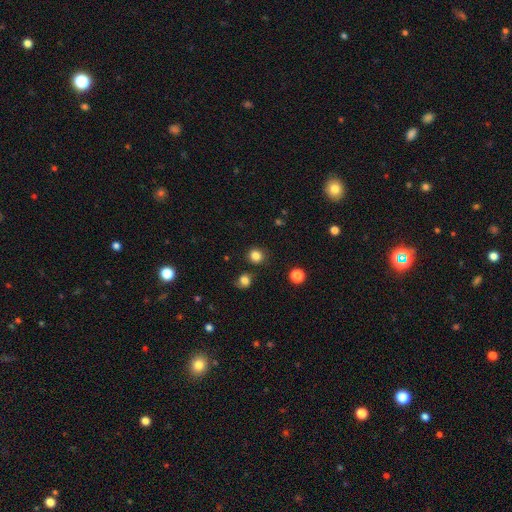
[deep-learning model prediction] Smooth or featured? smooth (84%)
How rounded? round (89%)
Merging? none (86%)